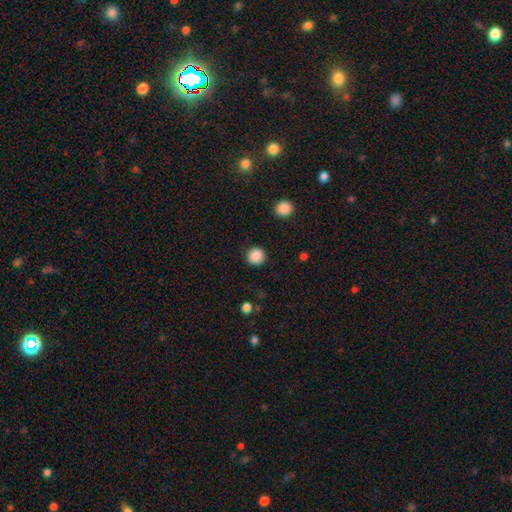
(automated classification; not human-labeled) smooth 88%, star or artifact 10%, featured or disk 3%. Down the decision tree: how rounded — round (92%); merging — none (89%).